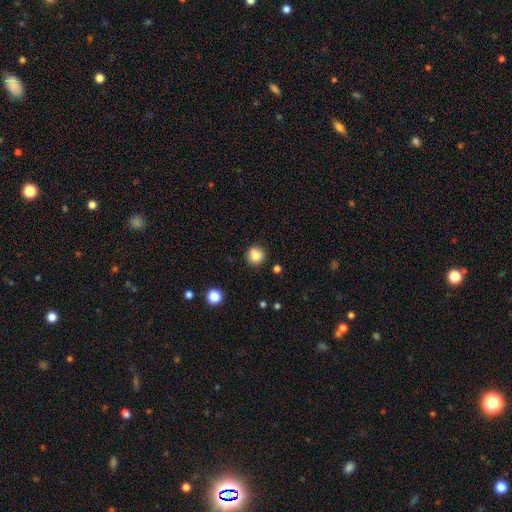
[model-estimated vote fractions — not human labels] A smooth galaxy with no disk features (82%) that is round (94%).

Vote fractions:
- Smooth or featured? smooth: 82% / star or artifact: 11% / featured or disk: 7%
- How rounded? round: 94% / in between: 5% / cigar-shaped: 1%
- Merging? none: 85% / minor disturbance: 9% / merger: 4% / major disturbance: 2%